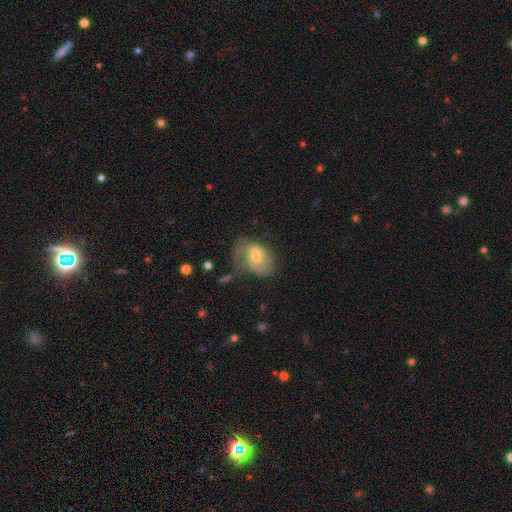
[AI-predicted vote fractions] Smooth or featured?
  - featured or disk: 50% *
  - smooth: 42%
  - star or artifact: 8%
Edge-on disk?
  - no: 95% *
  - yes: 5%
Merging?
  - none: 32% *
  - major disturbance: 28%
  - minor disturbance: 26%
  - merger: 14%